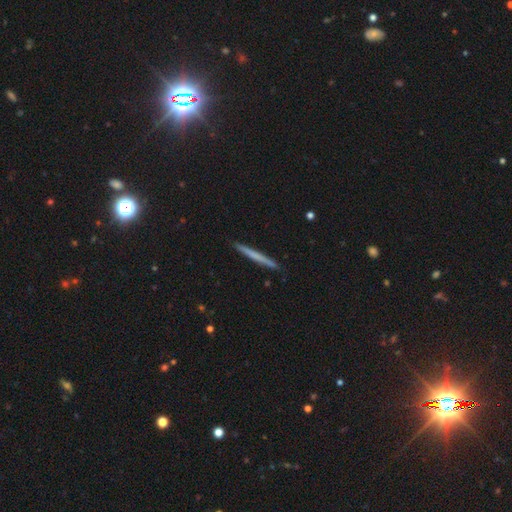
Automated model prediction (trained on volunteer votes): Q: Smooth or featured?
A: smooth (57%); runner-up: featured or disk (38%)
Q: How rounded?
A: cigar-shaped (97%); runner-up: in between (1%)
Q: Merging?
A: none (92%); runner-up: minor disturbance (6%)